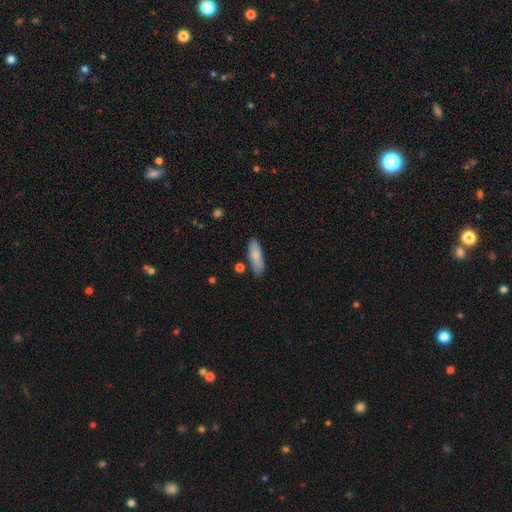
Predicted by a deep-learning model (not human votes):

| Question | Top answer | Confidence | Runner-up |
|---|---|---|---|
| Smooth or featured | smooth | 83% | featured or disk (11%) |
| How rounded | cigar-shaped | 50% | in between (48%) |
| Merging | none | 76% | minor disturbance (16%) |